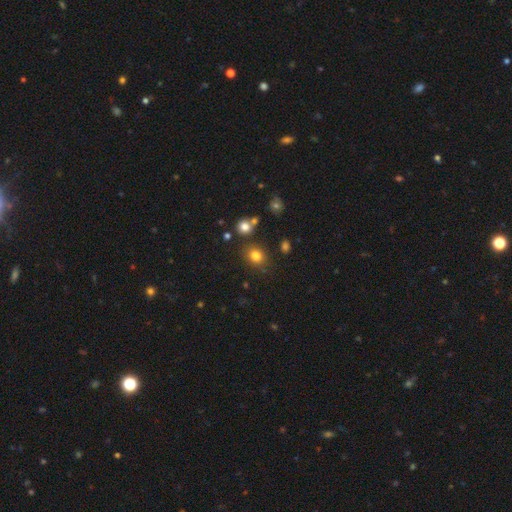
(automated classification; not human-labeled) smooth 80%, star or artifact 14%, featured or disk 6%. Down the decision tree: how rounded — round (65%); merging — none (79%).